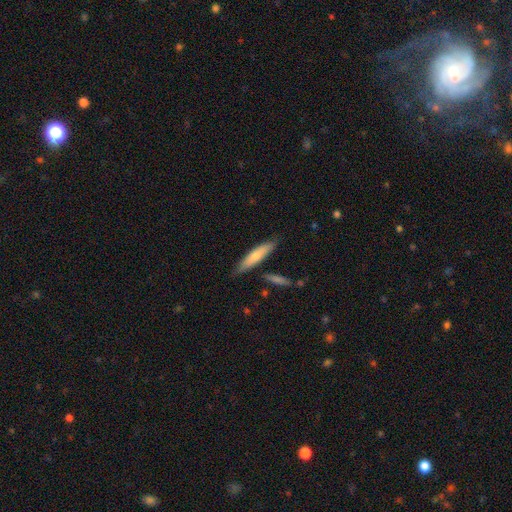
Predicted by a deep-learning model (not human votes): smooth-or-featured: smooth: 68% | featured or disk: 26% | star or artifact: 5%
  how-rounded: cigar-shaped: 78% | in between: 21% | round: 2%
  merging: none: 78% | minor disturbance: 14% | merger: 5% | major disturbance: 3%